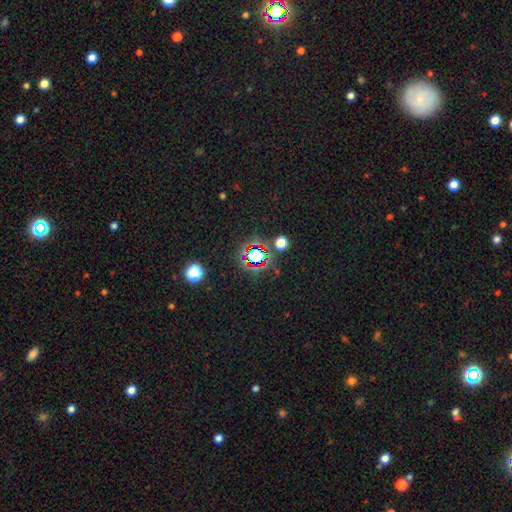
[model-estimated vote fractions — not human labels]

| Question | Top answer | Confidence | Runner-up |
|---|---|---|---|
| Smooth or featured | star or artifact | 68% | smooth (21%) |